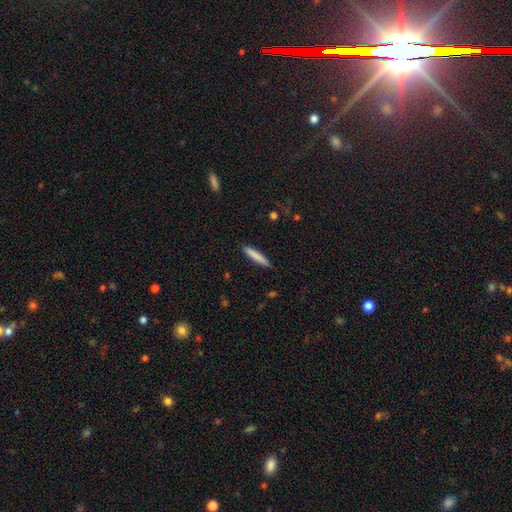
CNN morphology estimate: Smooth or featured?
  - smooth: 82% *
  - featured or disk: 12%
  - star or artifact: 6%
How rounded?
  - cigar-shaped: 91% *
  - in between: 8%
  - round: 1%
Merging?
  - none: 88% *
  - minor disturbance: 9%
  - major disturbance: 2%
  - merger: 1%